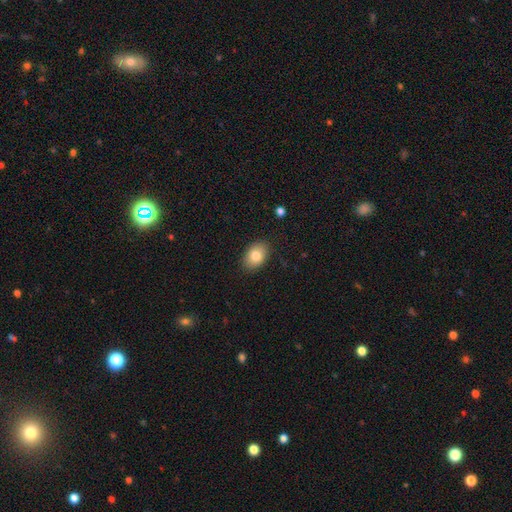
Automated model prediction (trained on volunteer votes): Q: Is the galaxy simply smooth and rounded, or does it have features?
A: smooth — 83%.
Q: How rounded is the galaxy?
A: in between — 85%.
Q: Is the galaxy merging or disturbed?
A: none — 87%.